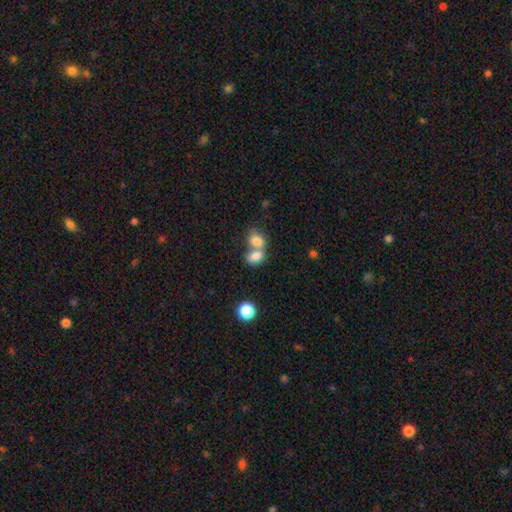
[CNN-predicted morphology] smooth_or_featured: smooth (p=0.81) [alt: featured or disk p=0.10]
how_rounded: in between (p=0.76) [alt: round p=0.22]
merging: merger (p=0.64) [alt: none p=0.26]